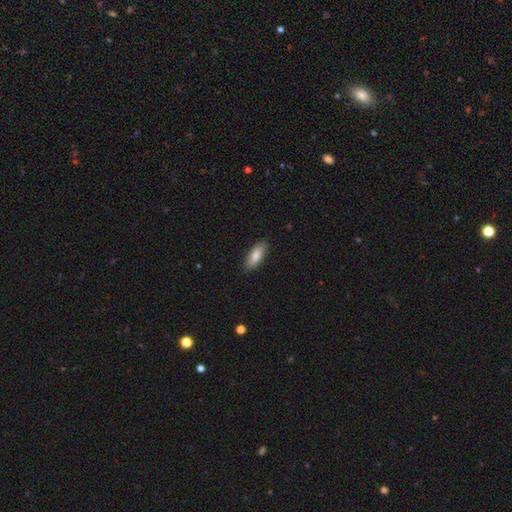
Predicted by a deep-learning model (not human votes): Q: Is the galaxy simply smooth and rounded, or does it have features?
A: smooth — 82%.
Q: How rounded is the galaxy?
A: in between — 68%.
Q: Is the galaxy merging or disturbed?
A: none — 88%.